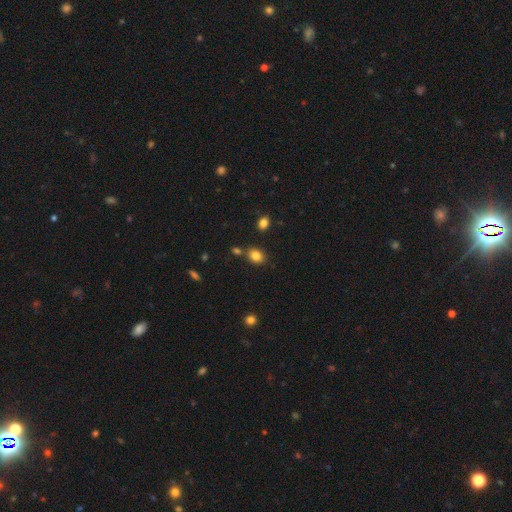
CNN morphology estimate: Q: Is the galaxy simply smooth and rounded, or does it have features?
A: smooth — 83%.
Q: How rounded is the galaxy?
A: in between — 56%.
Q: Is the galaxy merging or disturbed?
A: none — 77%.